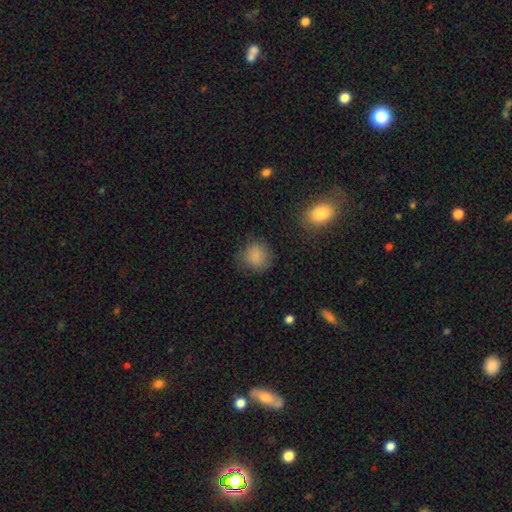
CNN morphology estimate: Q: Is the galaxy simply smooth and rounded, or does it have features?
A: smooth — 83%.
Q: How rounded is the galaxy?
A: round — 85%.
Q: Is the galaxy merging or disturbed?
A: none — 76%.